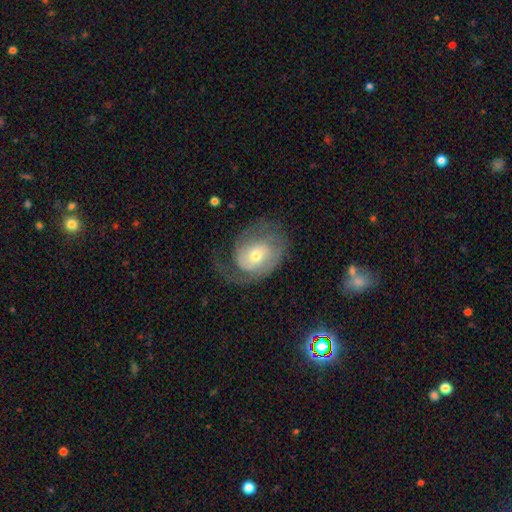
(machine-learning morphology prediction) smooth_or_featured: featured or disk (p=0.79) [alt: smooth p=0.16]
disk_edge_on: no (p=0.97) [alt: yes p=0.03]
bar: no (p=0.68) [alt: weak p=0.27]
has_spiral_arms: yes (p=0.91) [alt: no p=0.09]
spiral_winding: tight (p=0.44) [alt: medium p=0.38]
spiral_arm_count: 2 (p=0.48) [alt: 1 p=0.22]
bulge_size: small (p=0.48) [alt: moderate p=0.47]
merging: none (p=0.53) [alt: major disturbance p=0.25]